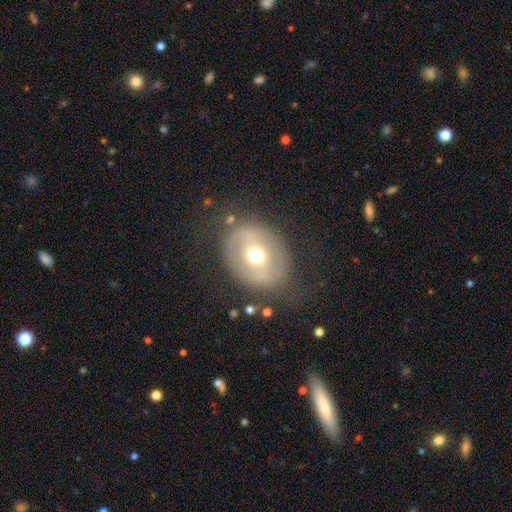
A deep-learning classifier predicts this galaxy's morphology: Smooth or featured? Predicted: featured or disk (p=0.49). Merging? Predicted: none (p=0.73).